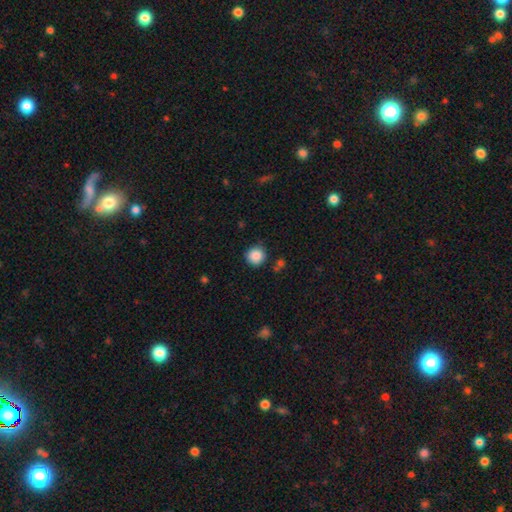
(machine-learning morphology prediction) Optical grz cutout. It shows a smooth galaxy with no disk features (87%) that is round (92%). Merging: none (84%).